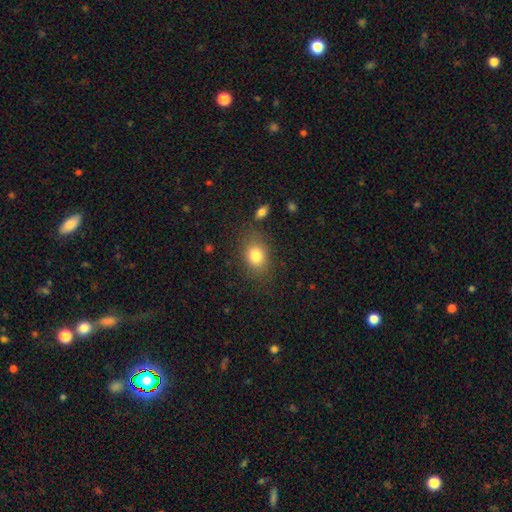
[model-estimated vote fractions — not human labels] Smooth or featured? Predicted: smooth (p=0.81). How rounded? Predicted: in between (p=0.64). Merging? Predicted: none (p=0.78).